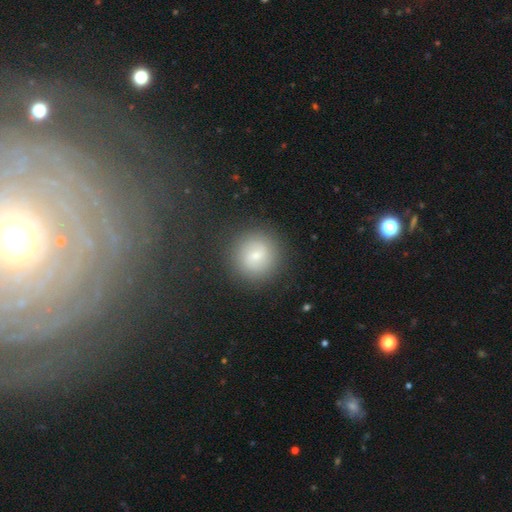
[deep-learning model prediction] Q: Smooth or featured?
A: smooth (60%); runner-up: featured or disk (30%)
Q: How rounded?
A: round (93%); runner-up: in between (6%)
Q: Merging?
A: none (87%); runner-up: minor disturbance (8%)